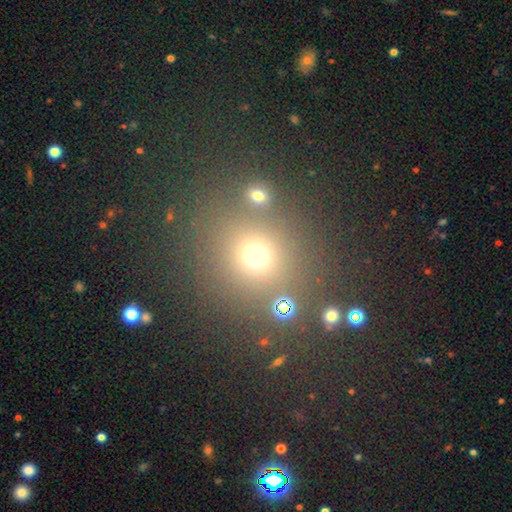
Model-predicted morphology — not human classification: smooth 64%, star or artifact 28%, featured or disk 8%. Down the decision tree: how rounded — round (86%); merging — none (80%).